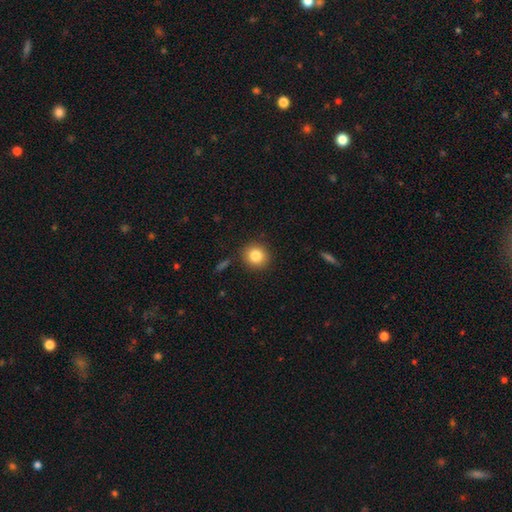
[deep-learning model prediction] This appears to be a smooth galaxy with no disk features (83%) that is round (90%). Merging: none (89%).